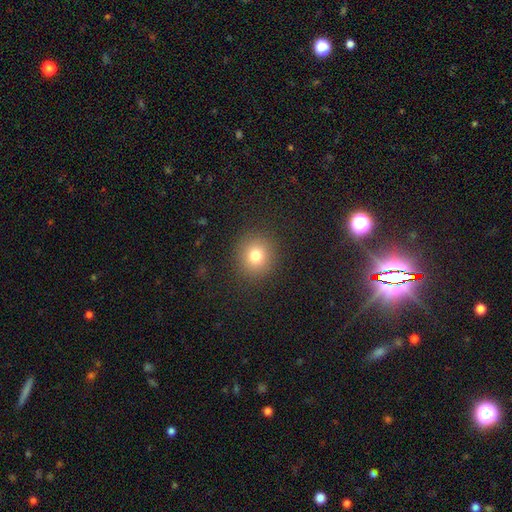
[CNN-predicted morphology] Smooth or featured? Predicted: smooth (p=0.78). How rounded? Predicted: round (p=0.88). Merging? Predicted: none (p=0.89).